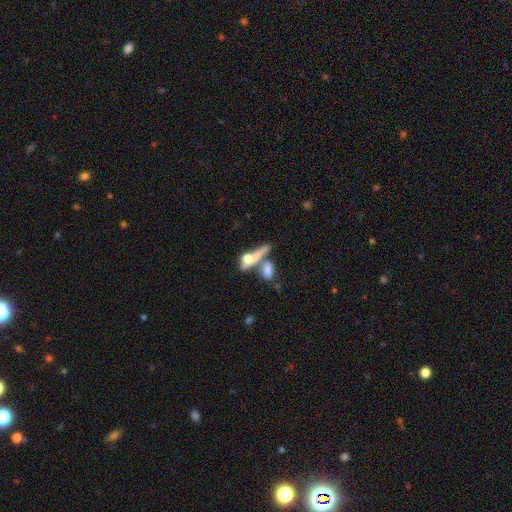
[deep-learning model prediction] Smooth or featured: featured or disk — 48% (smooth — 37%)
Merging: merger — 46% (none — 37%)